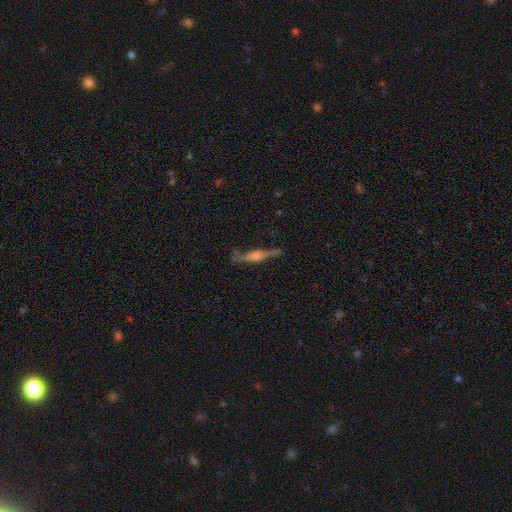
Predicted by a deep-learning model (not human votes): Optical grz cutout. It shows a featured or disk galaxy (74%) viewed edge-on (95%) with a rounded central bulge (56%). Merging: none (80%).